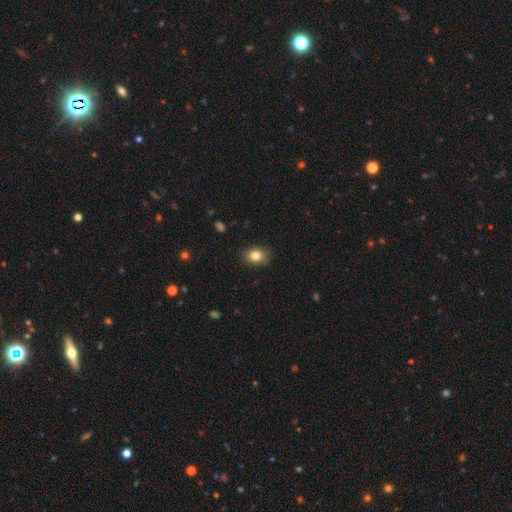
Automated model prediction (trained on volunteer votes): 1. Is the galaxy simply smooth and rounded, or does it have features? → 83% smooth, 10% star or artifact, 7% featured or disk.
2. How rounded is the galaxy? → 59% in between, 40% round, 1% cigar-shaped.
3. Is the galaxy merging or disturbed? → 85% none, 11% minor disturbance, 2% major disturbance, 1% merger.